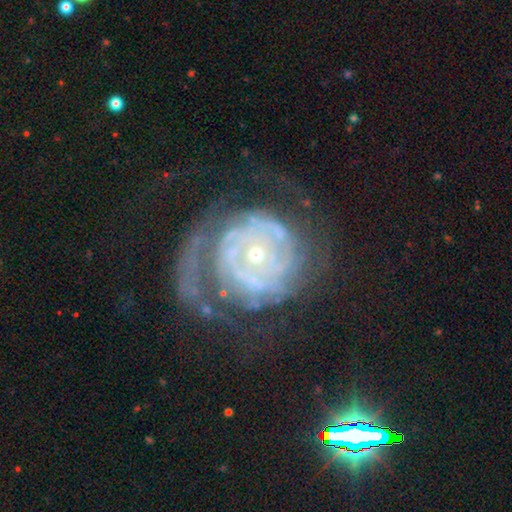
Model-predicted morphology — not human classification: A featured or disk galaxy (84%) with no bar (76%), tight (63%) spiral arms (89%) and a small central bulge (74%). Merging: none (52%).